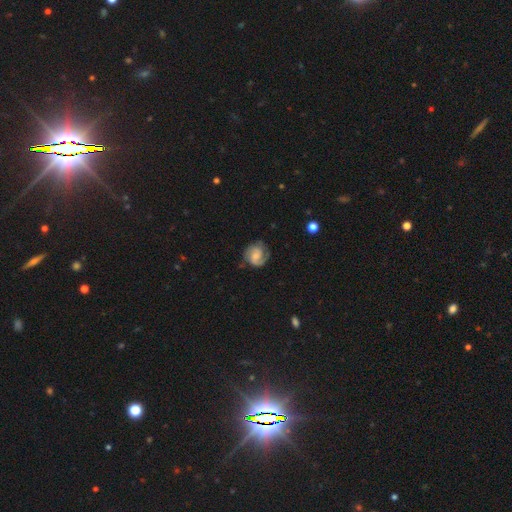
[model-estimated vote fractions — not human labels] Smooth or featured? Predicted: featured or disk (p=0.72). Edge-on disk? Predicted: no (p=0.98). Bar? Predicted: no (p=0.49). Spiral arms? Predicted: yes (p=0.95). Spiral winding? Predicted: medium (p=0.44). Spiral arm count? Predicted: 2 (p=0.77). Bulge size? Predicted: small (p=0.38). Merging? Predicted: none (p=0.72).